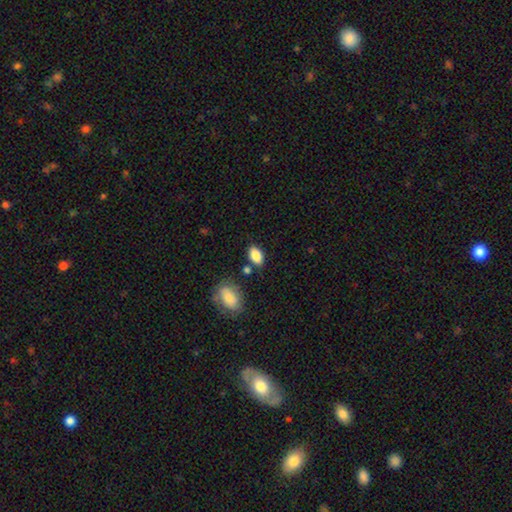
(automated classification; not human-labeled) Q: Smooth or featured?
A: smooth (86%); runner-up: star or artifact (8%)
Q: How rounded?
A: in between (91%); runner-up: round (6%)
Q: Merging?
A: none (77%); runner-up: minor disturbance (13%)